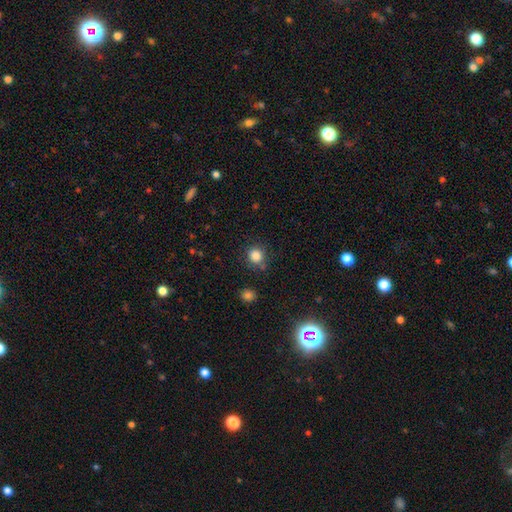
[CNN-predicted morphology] Smooth or featured: smooth — 84% (star or artifact — 12%)
How rounded: round — 89% (in between — 10%)
Merging: none — 80% (minor disturbance — 11%)